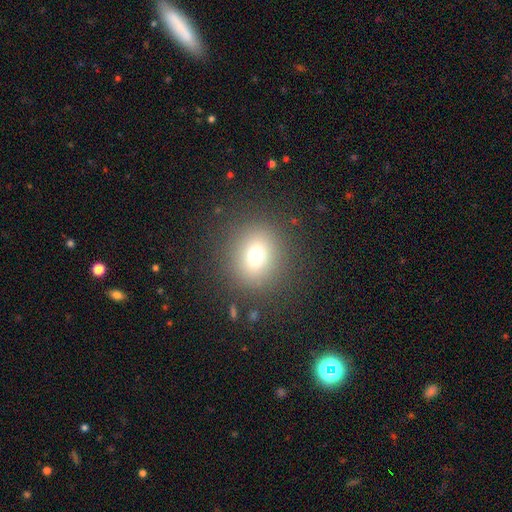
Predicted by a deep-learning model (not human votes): Morphology: type=smooth (71%); roundness=round (79%); merging=none (87%).